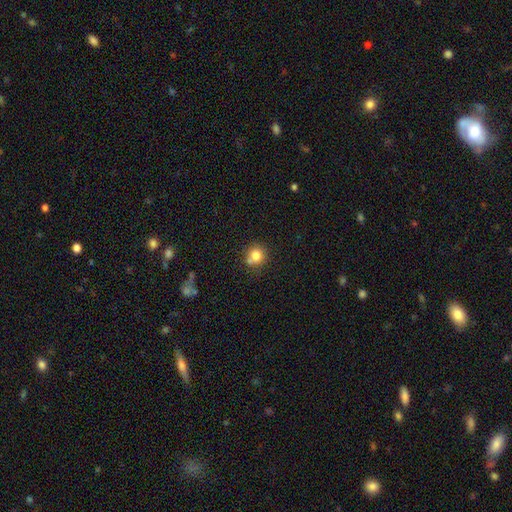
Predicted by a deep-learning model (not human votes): Overall: smooth (80%). How rounded: round (87%). Merging: none (67%).